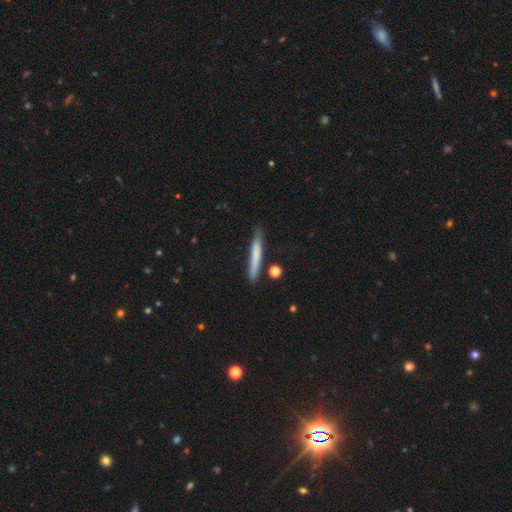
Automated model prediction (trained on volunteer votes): Smooth or featured?
  - smooth: 71% *
  - featured or disk: 22%
  - star or artifact: 6%
How rounded?
  - cigar-shaped: 95% *
  - in between: 4%
  - round: 1%
Merging?
  - none: 79% *
  - minor disturbance: 15%
  - merger: 4%
  - major disturbance: 3%